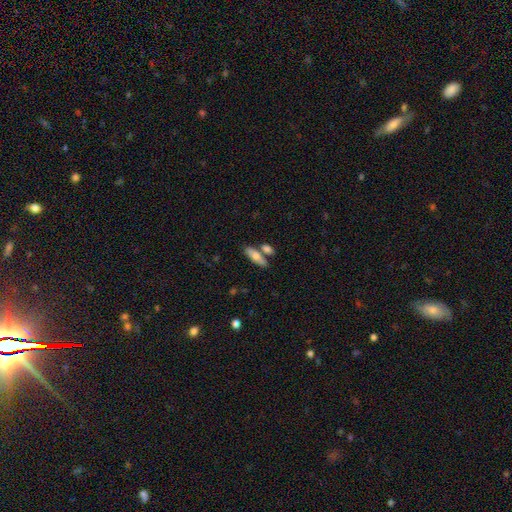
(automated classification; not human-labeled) Smooth or featured? smooth (72%)
How rounded? in between (58%)
Merging? none (59%)